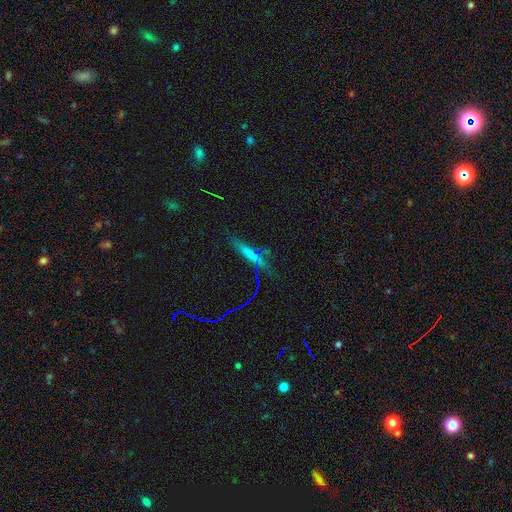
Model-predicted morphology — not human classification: A smooth galaxy with no disk features (46%). Merging: none (72%).